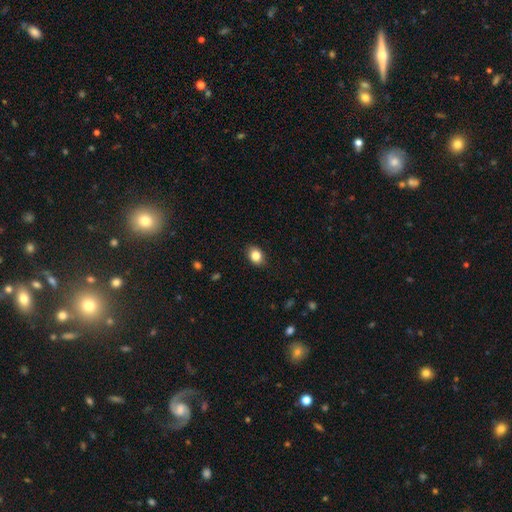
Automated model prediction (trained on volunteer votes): Smooth or featured? Predicted: smooth (p=0.84). How rounded? Predicted: in between (p=0.66). Merging? Predicted: none (p=0.87).